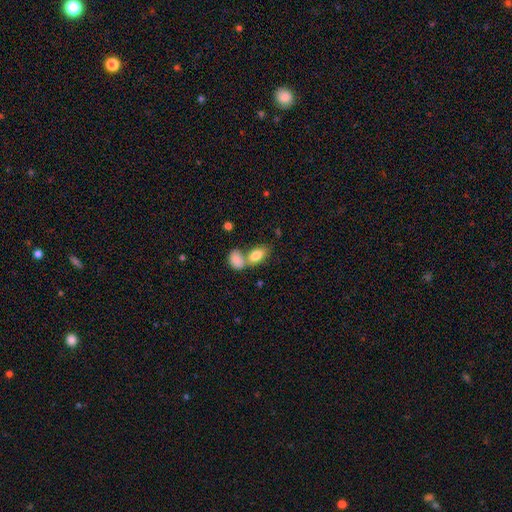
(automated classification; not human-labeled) A smooth galaxy with no disk features (84%) that is in between round and cigar-shaped (91%).

Vote fractions:
- Smooth or featured? smooth: 84% / featured or disk: 10% / star or artifact: 7%
- How rounded? in between: 91% / round: 6% / cigar-shaped: 3%
- Merging? merger: 49% / none: 37% / minor disturbance: 10% / major disturbance: 4%